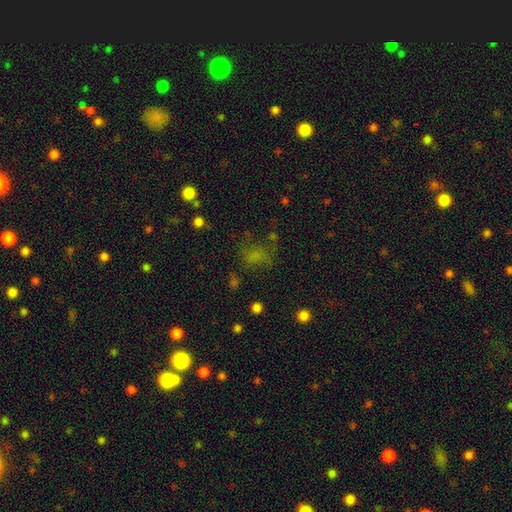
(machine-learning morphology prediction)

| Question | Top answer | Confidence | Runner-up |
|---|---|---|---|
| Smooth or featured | smooth | 57% | star or artifact (27%) |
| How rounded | round | 51% | in between (47%) |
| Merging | none | 51% | major disturbance (23%) |